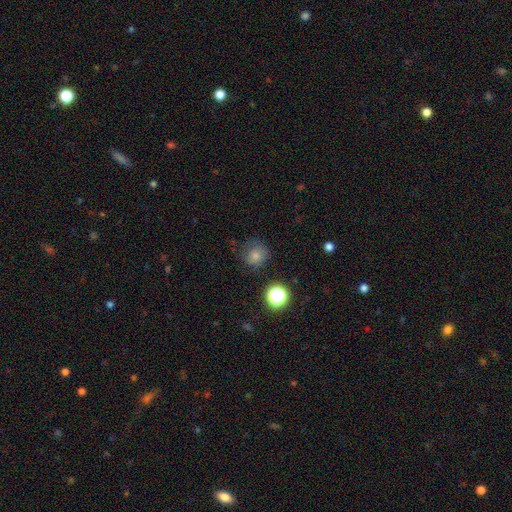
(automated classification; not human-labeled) smooth 76%, star or artifact 16%, featured or disk 8%. Down the decision tree: how rounded — round (87%); merging — none (71%).